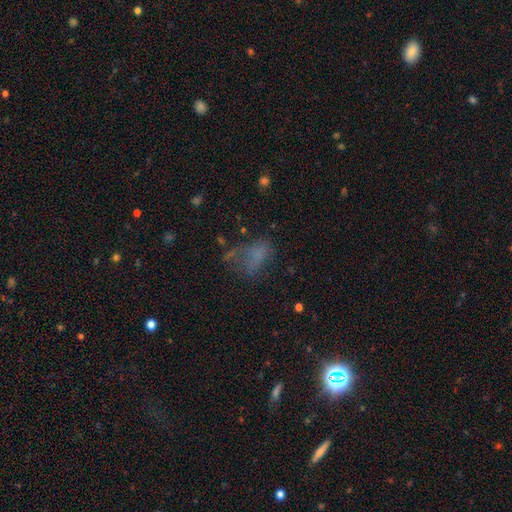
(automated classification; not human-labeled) smooth_or_featured: smooth (p=0.56) [alt: featured or disk p=0.23]
how_rounded: in between (p=0.82) [alt: round p=0.14]
merging: major disturbance (p=0.38) [alt: none p=0.34]